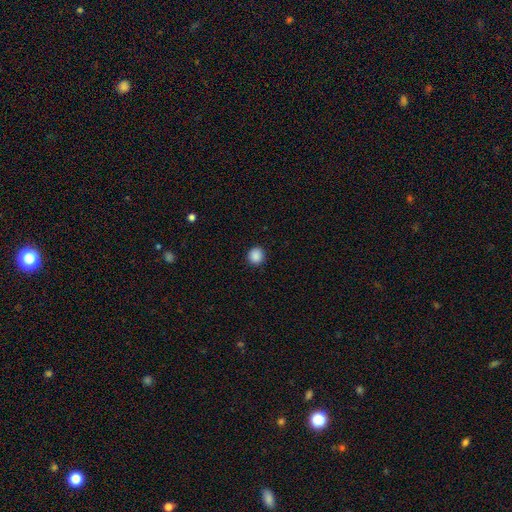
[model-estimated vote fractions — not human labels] This is clearly a smooth galaxy (88%). How rounded: clearly round (90%). Merging: clearly none (92%).